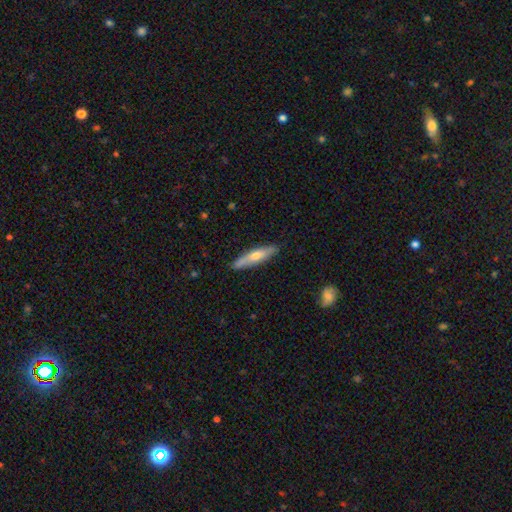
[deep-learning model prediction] smooth_or_featured: smooth (p=0.56) [alt: featured or disk p=0.39]
how_rounded: cigar-shaped (p=0.81) [alt: in between p=0.17]
merging: none (p=0.86) [alt: minor disturbance p=0.11]